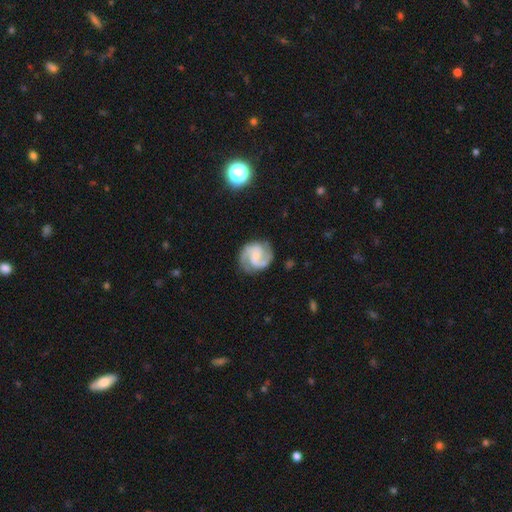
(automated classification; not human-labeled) featured or disk 87%, smooth 8%, star or artifact 5%. Down the decision tree: edge-on disk — no (98%); bar — no (50%); spiral arms — yes (98%); spiral arm count — 2 (87%); spiral winding — medium (53%); bulge size — small (54%); merging — none (80%).